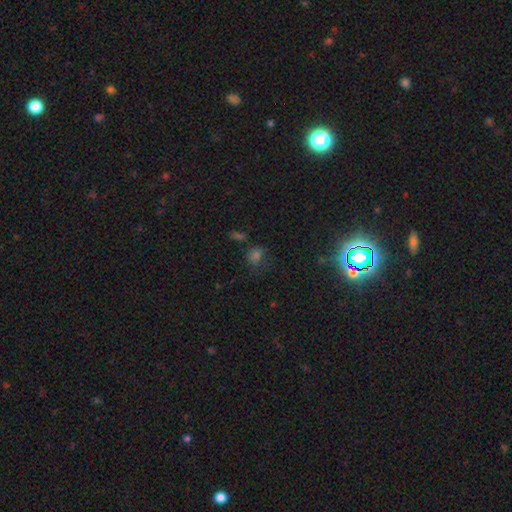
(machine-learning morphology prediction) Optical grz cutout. It shows a smooth galaxy with no disk features (51%) that is round (64%). Merging: none (67%).